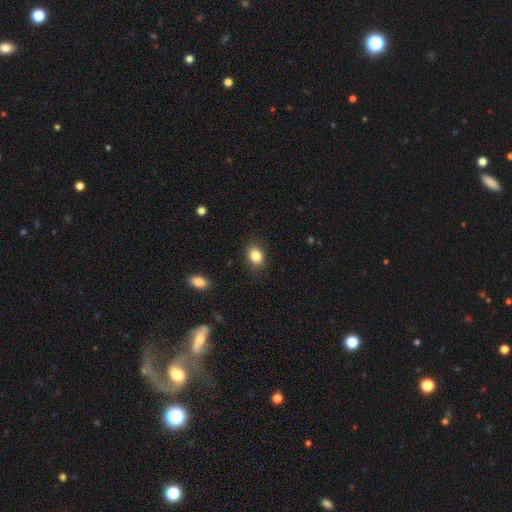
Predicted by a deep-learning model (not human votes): Smooth or featured?
  - smooth: 85% *
  - star or artifact: 9%
  - featured or disk: 6%
How rounded?
  - in between: 70% *
  - round: 29%
  - cigar-shaped: 1%
Merging?
  - none: 87% *
  - minor disturbance: 10%
  - major disturbance: 3%
  - merger: 1%